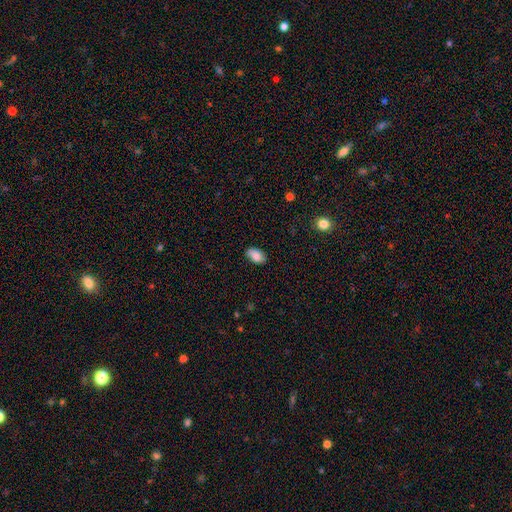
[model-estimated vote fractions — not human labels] A smooth galaxy with no disk features (79%) that is in between round and cigar-shaped (89%).

Vote fractions:
- Smooth or featured? smooth: 79% / featured or disk: 12% / star or artifact: 9%
- How rounded? in between: 89% / round: 9% / cigar-shaped: 2%
- Merging? none: 69% / minor disturbance: 23% / major disturbance: 5% / merger: 3%